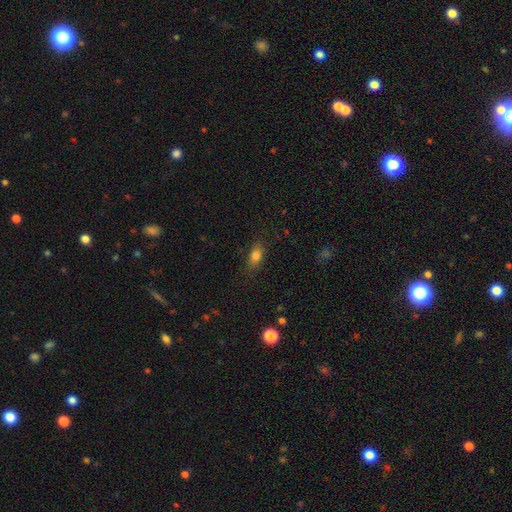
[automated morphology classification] smooth_or_featured: smooth (p=0.80) [alt: star or artifact p=0.11]
how_rounded: in between (p=0.81) [alt: round p=0.10]
merging: none (p=0.79) [alt: minor disturbance p=0.15]